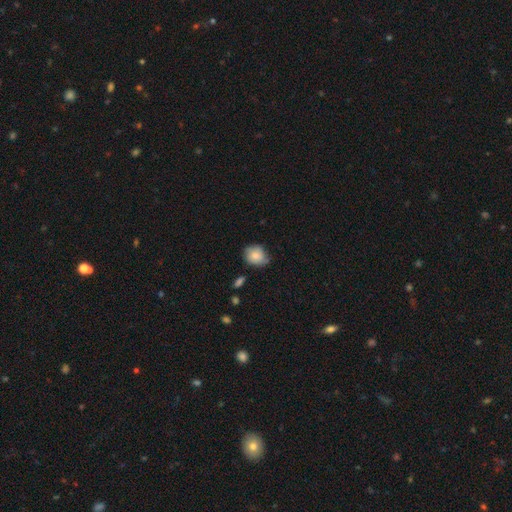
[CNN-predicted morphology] smooth-or-featured: smooth: 74% | featured or disk: 19% | star or artifact: 8%
  how-rounded: round: 69% | in between: 30% | cigar-shaped: 1%
  merging: none: 62% | minor disturbance: 29% | major disturbance: 6% | merger: 3%